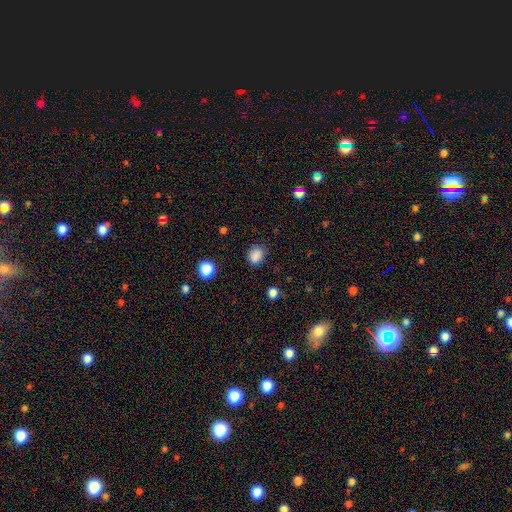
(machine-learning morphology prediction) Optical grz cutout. It shows a smooth galaxy with no disk features (86%) that is round (54%). Merging: none (83%).